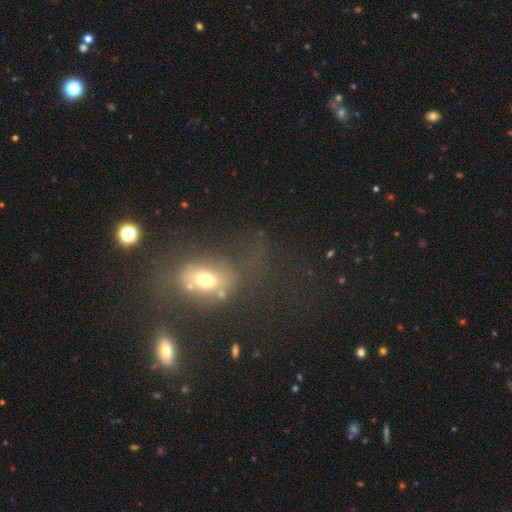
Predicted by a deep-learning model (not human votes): Smooth or featured? smooth (50%)
How rounded? in between (66%)
Merging? none (31%)